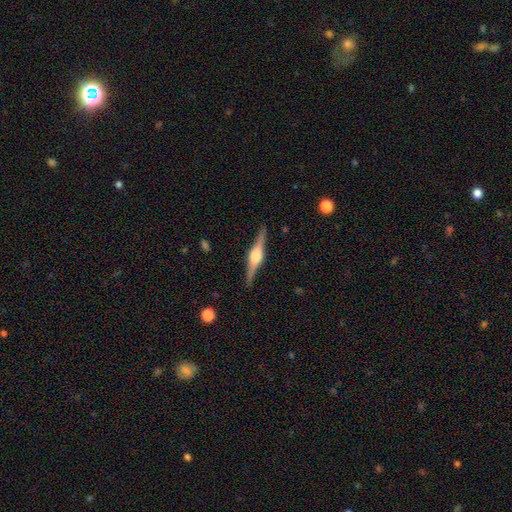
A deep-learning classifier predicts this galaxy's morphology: Overall: featured or disk (82%). Edge-on disk: yes (98%). Edge-on bulge: rounded (89%). Merging: none (90%).